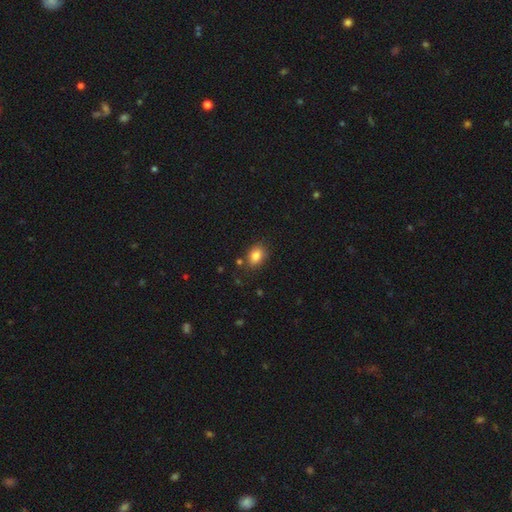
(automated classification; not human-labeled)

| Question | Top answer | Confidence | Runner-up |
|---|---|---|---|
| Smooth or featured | smooth | 83% | star or artifact (10%) |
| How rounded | in between | 76% | round (23%) |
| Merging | none | 79% | minor disturbance (14%) |